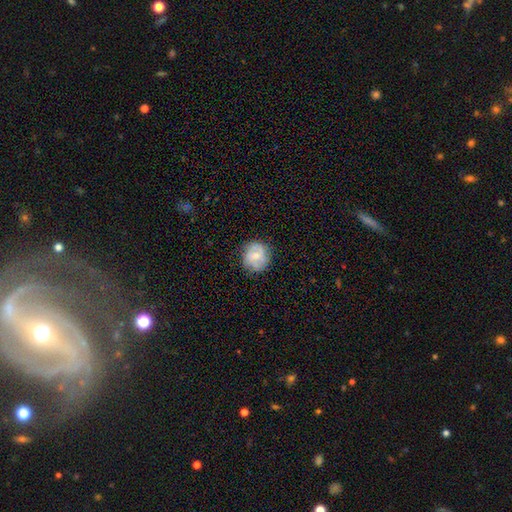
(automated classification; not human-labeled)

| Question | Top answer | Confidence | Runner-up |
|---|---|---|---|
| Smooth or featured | featured or disk | 50% | smooth (43%) |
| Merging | none | 78% | minor disturbance (16%) |